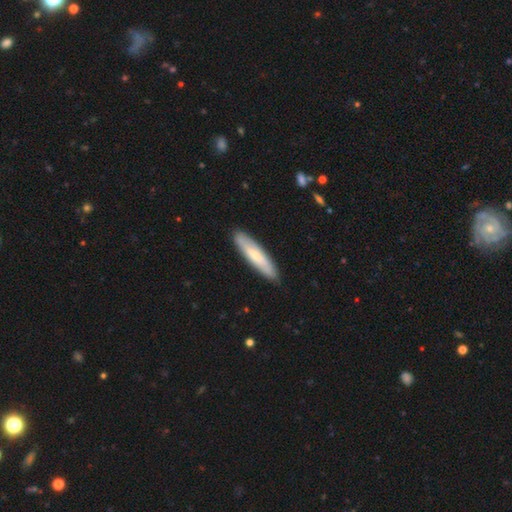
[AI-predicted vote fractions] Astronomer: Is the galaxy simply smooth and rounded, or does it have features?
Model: smooth — 61%.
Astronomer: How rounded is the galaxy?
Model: cigar-shaped — 80%.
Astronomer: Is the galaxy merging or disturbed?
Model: none — 89%.